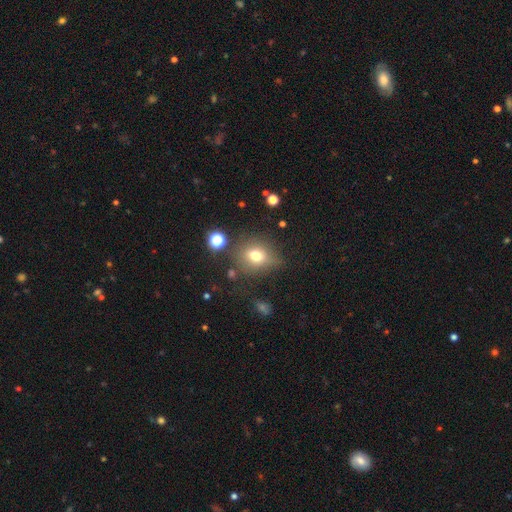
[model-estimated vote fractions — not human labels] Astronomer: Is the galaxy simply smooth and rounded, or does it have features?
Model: smooth — 66%.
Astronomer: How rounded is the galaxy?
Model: round — 63%.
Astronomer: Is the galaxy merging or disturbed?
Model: none — 70%.